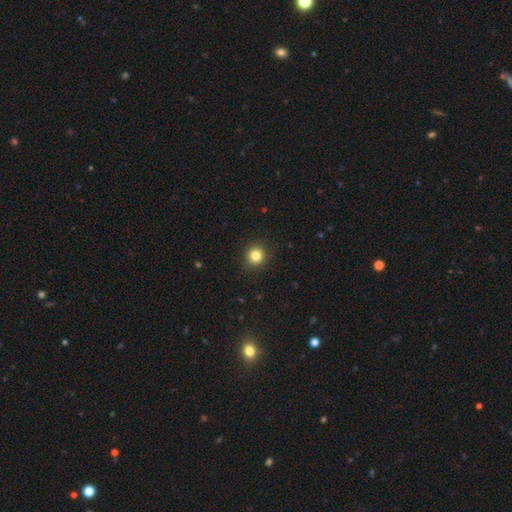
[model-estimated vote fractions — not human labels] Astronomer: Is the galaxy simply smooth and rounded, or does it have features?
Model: smooth — 83%.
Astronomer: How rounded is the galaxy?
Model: round — 91%.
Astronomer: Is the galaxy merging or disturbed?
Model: none — 91%.